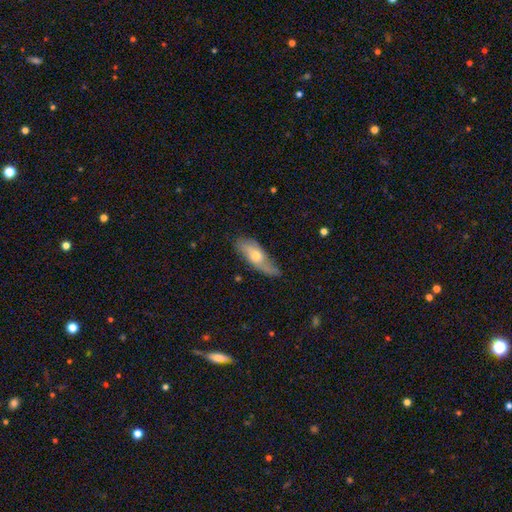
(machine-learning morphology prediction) Smooth or featured: featured or disk — 47% (smooth — 46%)
Merging: none — 61% (minor disturbance — 30%)